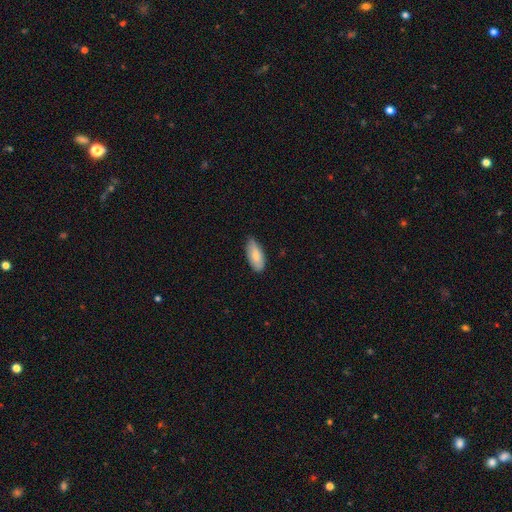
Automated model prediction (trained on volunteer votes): Smooth or featured? smooth (80%)
How rounded? in between (88%)
Merging? none (75%)